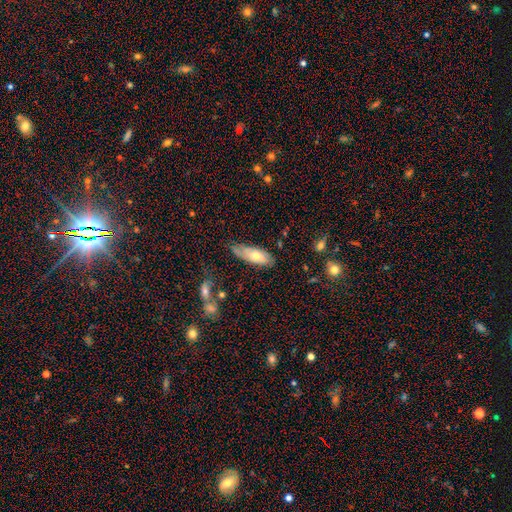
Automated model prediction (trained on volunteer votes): Smooth or featured? smooth (58%)
How rounded? in between (71%)
Merging? none (61%)